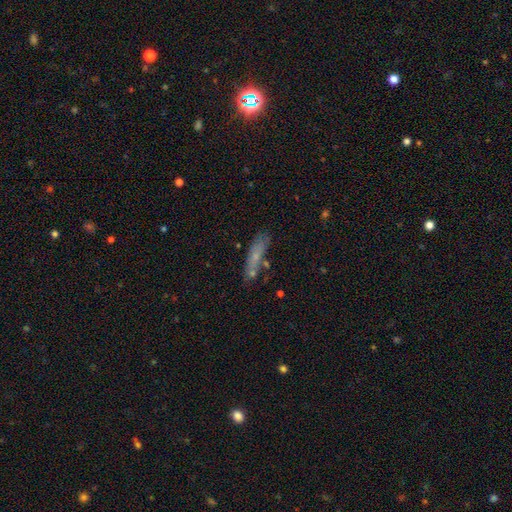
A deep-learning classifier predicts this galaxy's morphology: This appears to be a smooth galaxy with no disk features (64%) that is cigar-shaped (73%). Merging: none (63%).